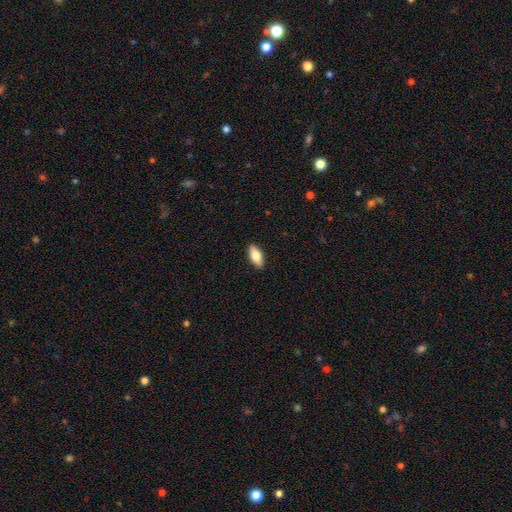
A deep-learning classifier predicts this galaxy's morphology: Smooth or featured?
  - smooth: 81% *
  - featured or disk: 13%
  - star or artifact: 6%
How rounded?
  - in between: 86% *
  - cigar-shaped: 11%
  - round: 2%
Merging?
  - none: 90% *
  - minor disturbance: 7%
  - major disturbance: 2%
  - merger: 1%